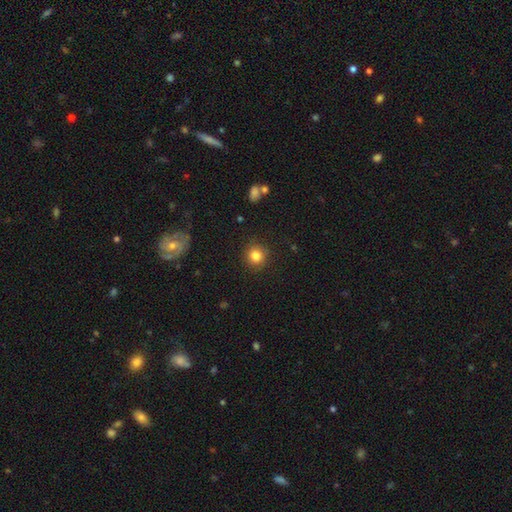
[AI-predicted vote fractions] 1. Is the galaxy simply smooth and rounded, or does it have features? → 83% smooth, 11% star or artifact, 6% featured or disk.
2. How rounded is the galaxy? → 92% round, 7% in between, 1% cigar-shaped.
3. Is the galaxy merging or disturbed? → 89% none, 7% minor disturbance, 2% major disturbance, 1% merger.